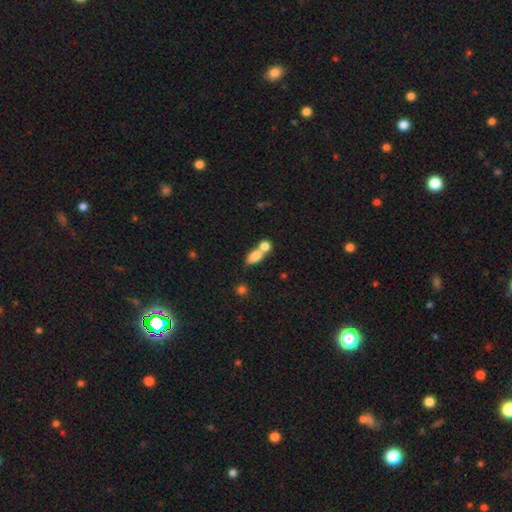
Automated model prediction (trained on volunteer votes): Q: Smooth or featured?
A: smooth (78%); runner-up: featured or disk (13%)
Q: How rounded?
A: in between (74%); runner-up: round (17%)
Q: Merging?
A: merger (59%); runner-up: none (29%)